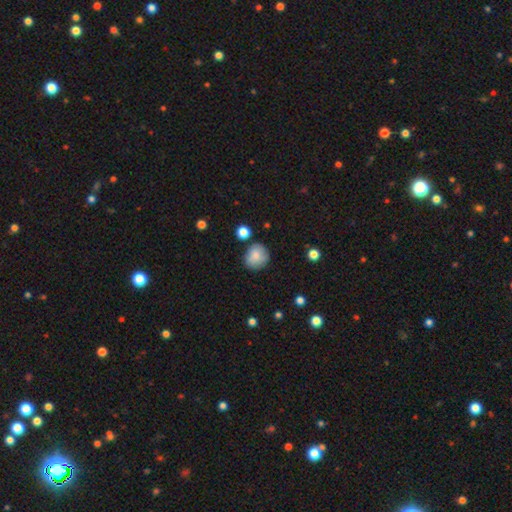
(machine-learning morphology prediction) smooth_or_featured: smooth (p=0.81) [alt: featured or disk p=0.10]
how_rounded: round (p=0.82) [alt: in between p=0.17]
merging: none (p=0.75) [alt: minor disturbance p=0.17]